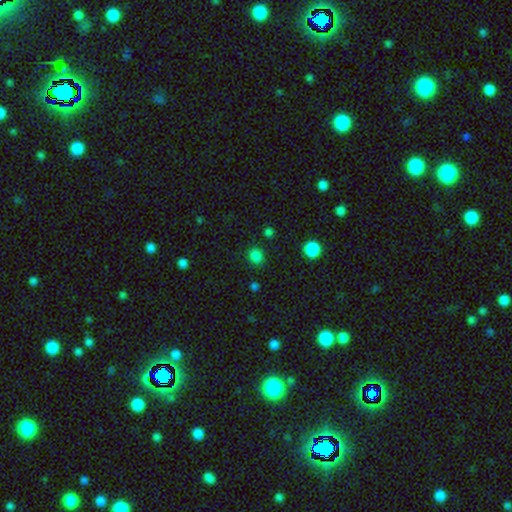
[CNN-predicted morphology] Smooth or featured? Predicted: smooth (p=0.81). How rounded? Predicted: round (p=0.79). Merging? Predicted: none (p=0.85).